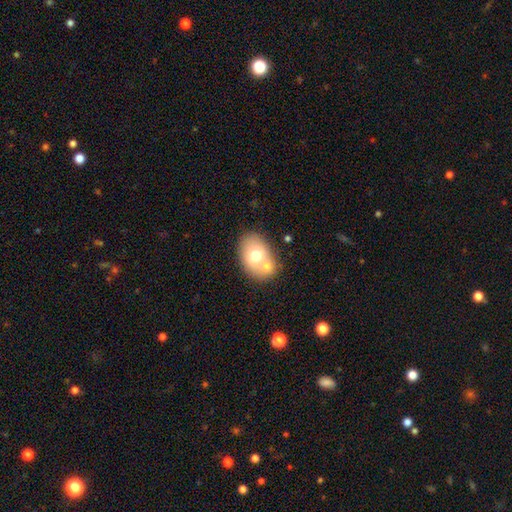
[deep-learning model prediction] smooth 66%, featured or disk 26%, star or artifact 8%. Down the decision tree: how rounded — in between (74%); merging — none (43%).